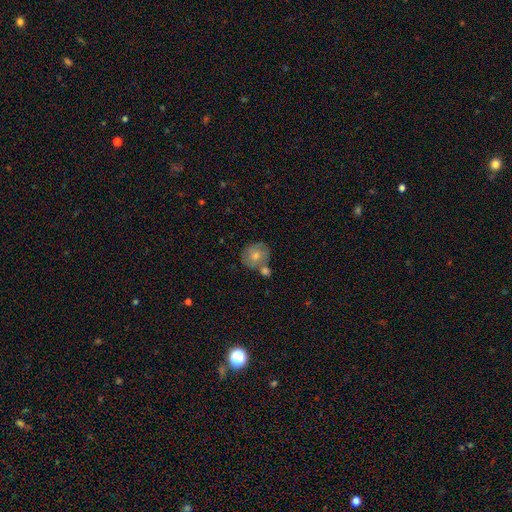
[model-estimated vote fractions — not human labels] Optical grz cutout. It shows a smooth galaxy with no disk features (75%) that is round (84%). Merging: none (54%).